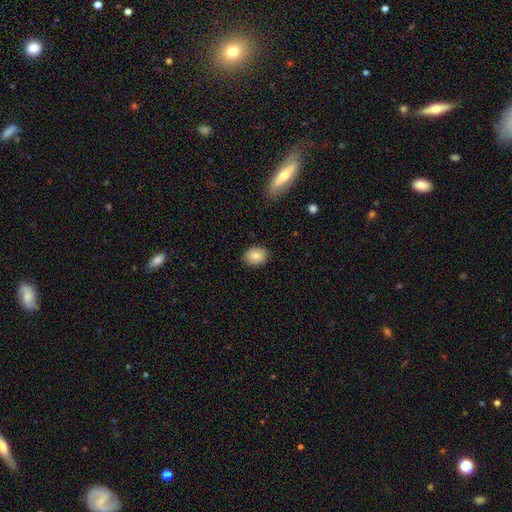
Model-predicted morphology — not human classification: Overall: smooth (81%). How rounded: in between (58%; round 41%). Merging: none (86%).